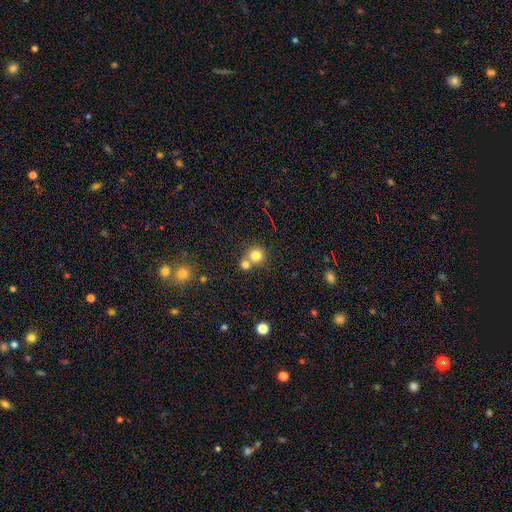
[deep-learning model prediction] Morphology: type=smooth (80%); roundness=round (89%); merging=none (53%).